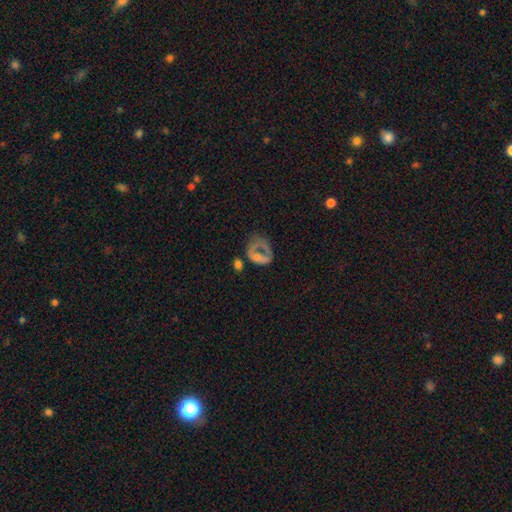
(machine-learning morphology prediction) Smooth or featured: featured or disk — 44% (smooth — 38%)
Merging: none — 36% (major disturbance — 35%)